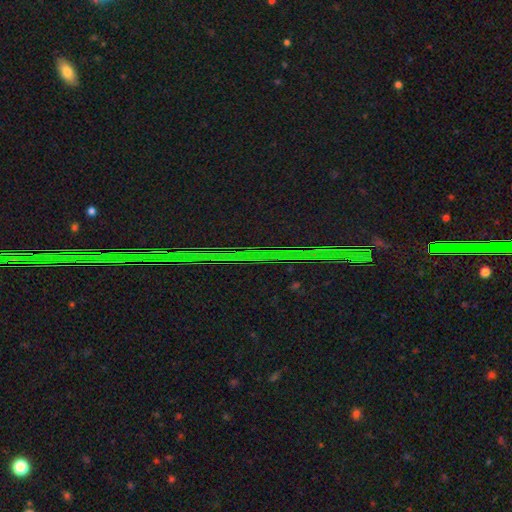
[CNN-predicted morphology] type=star or artifact (87%).